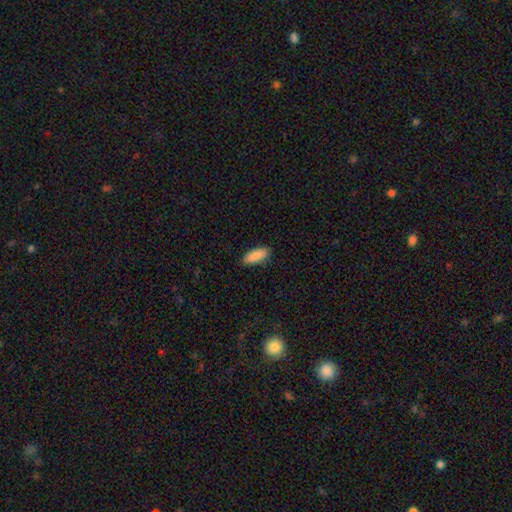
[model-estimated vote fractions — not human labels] smooth 90%, star or artifact 6%, featured or disk 4%. Down the decision tree: how rounded — in between (80%); merging — none (87%).